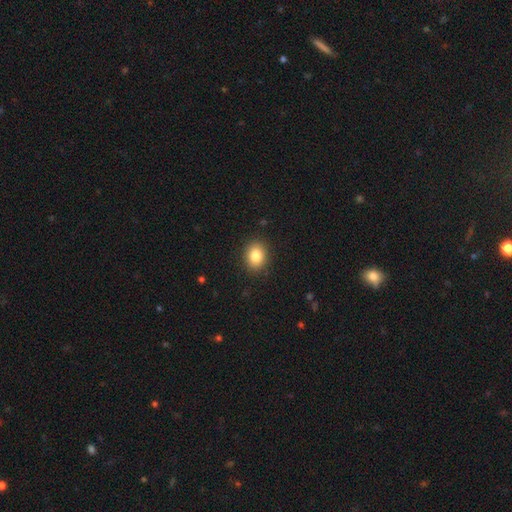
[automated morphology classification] A smooth galaxy with no disk features (84%) that is in between round and cigar-shaped (50%). Merging: none (89%).